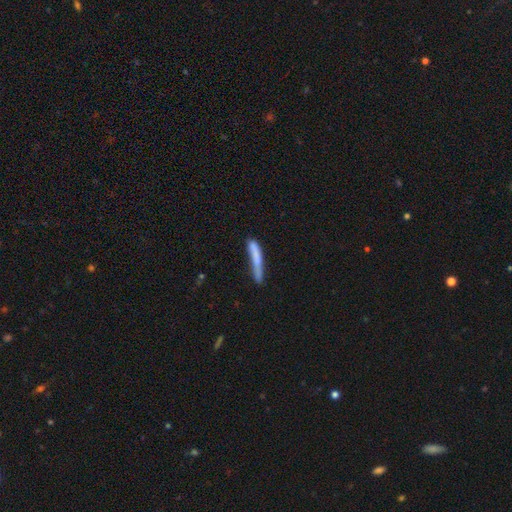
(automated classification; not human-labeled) A smooth galaxy with no disk features (71%) that is cigar-shaped (94%).

Vote fractions:
- Smooth or featured? smooth: 71% / featured or disk: 22% / star or artifact: 7%
- How rounded? cigar-shaped: 94% / in between: 4% / round: 1%
- Merging? none: 58% / minor disturbance: 26% / major disturbance: 9% / merger: 6%